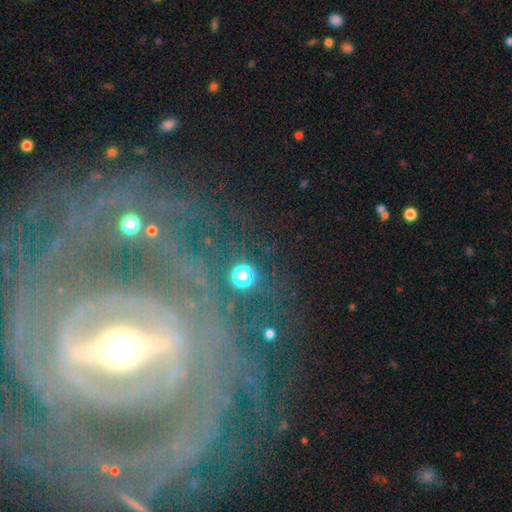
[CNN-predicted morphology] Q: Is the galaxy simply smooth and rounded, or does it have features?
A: featured or disk — 83%.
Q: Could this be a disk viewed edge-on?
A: no — 85%.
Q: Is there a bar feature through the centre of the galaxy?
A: strong — 71%.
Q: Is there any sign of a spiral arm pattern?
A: yes — 78%.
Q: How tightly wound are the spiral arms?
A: tight — 65%.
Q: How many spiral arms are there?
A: can't tell — 34%.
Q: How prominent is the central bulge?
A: moderate — 58%.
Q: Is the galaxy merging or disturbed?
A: none — 70%.